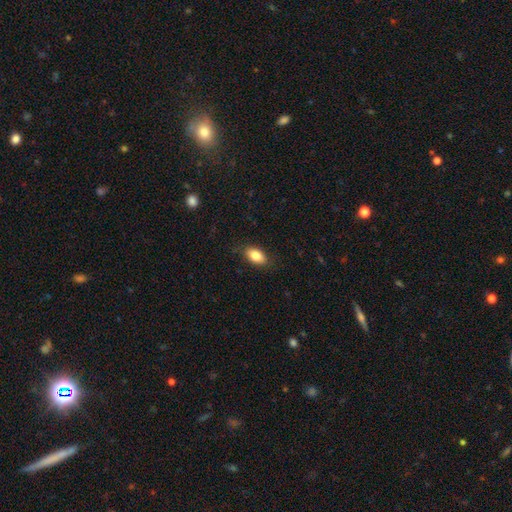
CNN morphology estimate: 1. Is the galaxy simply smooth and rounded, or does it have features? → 83% smooth, 9% featured or disk, 8% star or artifact.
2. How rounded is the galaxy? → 90% in between, 7% round, 3% cigar-shaped.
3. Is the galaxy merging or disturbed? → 84% none, 12% minor disturbance, 3% major disturbance, 1% merger.